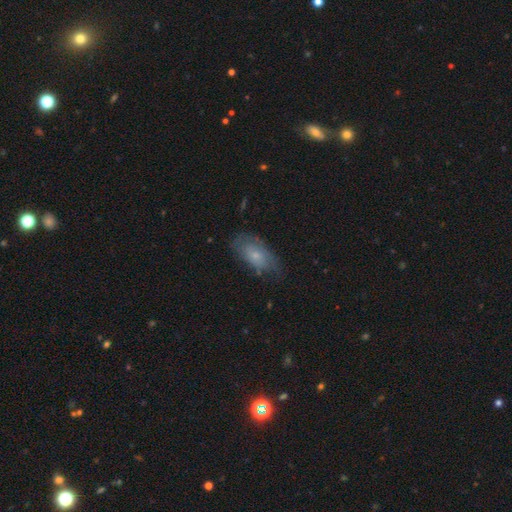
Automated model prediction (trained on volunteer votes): smooth-or-featured: smooth: 59% | featured or disk: 34% | star or artifact: 8%
  how-rounded: in between: 89% | cigar-shaped: 6% | round: 5%
  merging: none: 57% | minor disturbance: 29% | major disturbance: 12% | merger: 2%